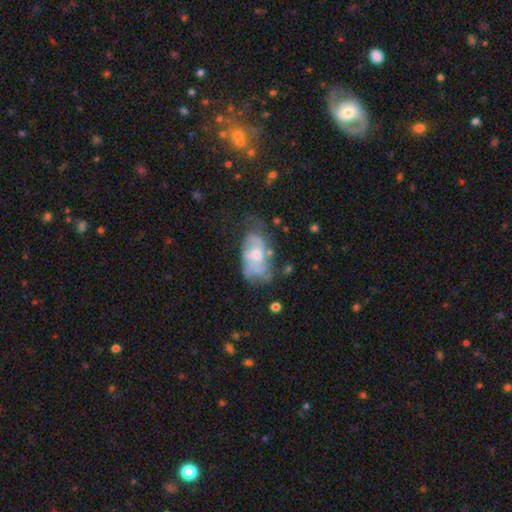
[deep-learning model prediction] Smooth or featured?
  - featured or disk: 67% *
  - smooth: 25%
  - star or artifact: 8%
Edge-on disk?
  - no: 95% *
  - yes: 5%
Bar?
  - no: 65% *
  - weak: 30%
  - strong: 5%
Spiral arms?
  - yes: 73% *
  - no: 27%
Bulge size?
  - moderate: 56% *
  - small: 32%
  - large: 6%
  - none: 5%
  - dominant: 1%
Merging?
  - none: 45% *
  - minor disturbance: 28%
  - major disturbance: 23%
  - merger: 4%